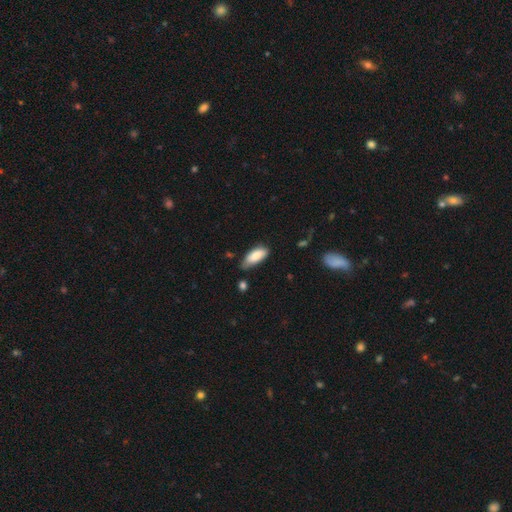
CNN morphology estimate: A smooth galaxy with no disk features (84%) that is in between round and cigar-shaped (84%). Merging: none (59%).